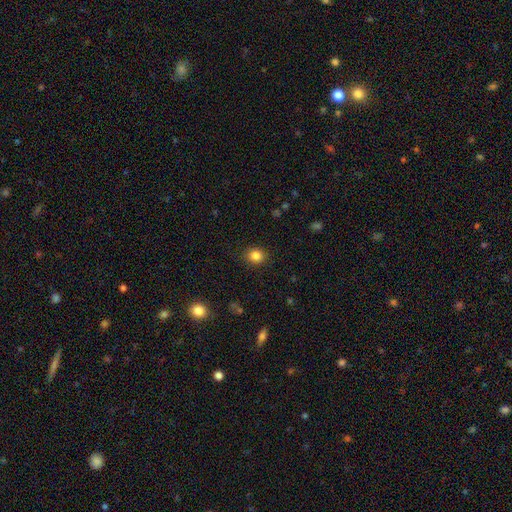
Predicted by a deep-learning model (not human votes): Smooth or featured: smooth — 84% (star or artifact — 11%)
How rounded: round — 69% (in between — 30%)
Merging: none — 88% (minor disturbance — 8%)